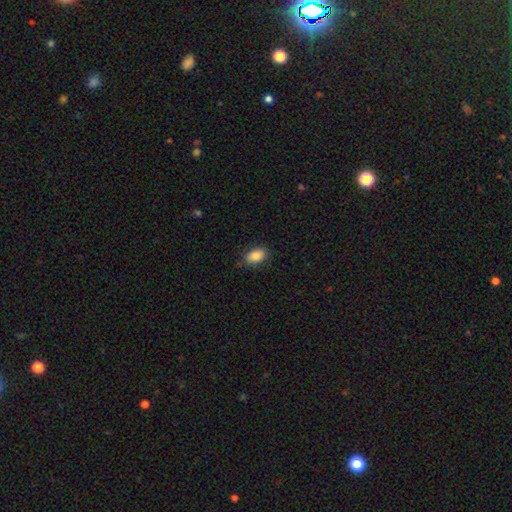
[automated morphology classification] Smooth or featured? Predicted: smooth (p=0.87). How rounded? Predicted: in between (p=0.87). Merging? Predicted: none (p=0.82).